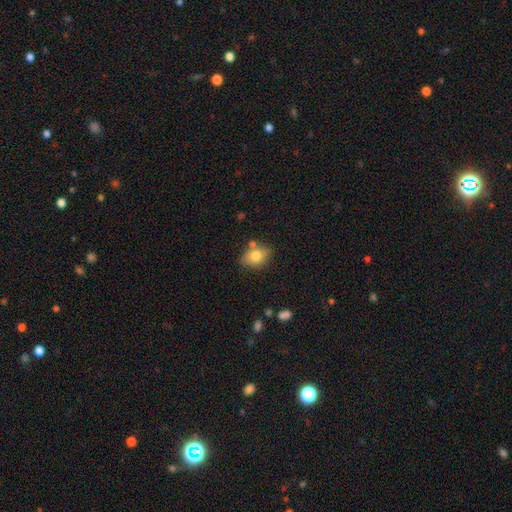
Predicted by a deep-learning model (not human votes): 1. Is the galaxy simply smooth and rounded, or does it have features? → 78% smooth, 13% featured or disk, 9% star or artifact.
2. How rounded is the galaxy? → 73% in between, 26% round, 2% cigar-shaped.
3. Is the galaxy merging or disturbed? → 71% none, 16% minor disturbance, 9% merger, 3% major disturbance.